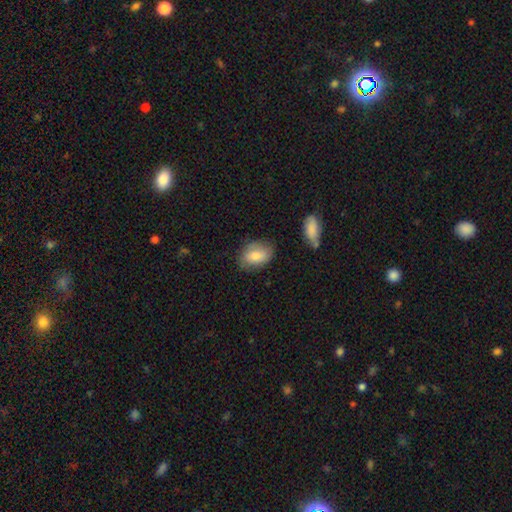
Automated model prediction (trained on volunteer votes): smooth-or-featured: smooth: 77% | featured or disk: 16% | star or artifact: 7%
  how-rounded: in between: 83% | round: 16% | cigar-shaped: 1%
  merging: none: 73% | minor disturbance: 20% | major disturbance: 4% | merger: 2%